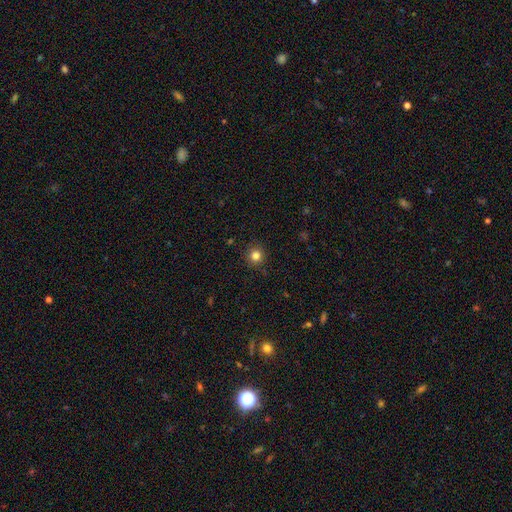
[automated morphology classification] A smooth galaxy with no disk features (82%) that is round (94%).

Vote fractions:
- Smooth or featured? smooth: 82% / star or artifact: 13% / featured or disk: 5%
- How rounded? round: 94% / in between: 5% / cigar-shaped: 1%
- Merging? none: 91% / minor disturbance: 6% / major disturbance: 2% / merger: 1%